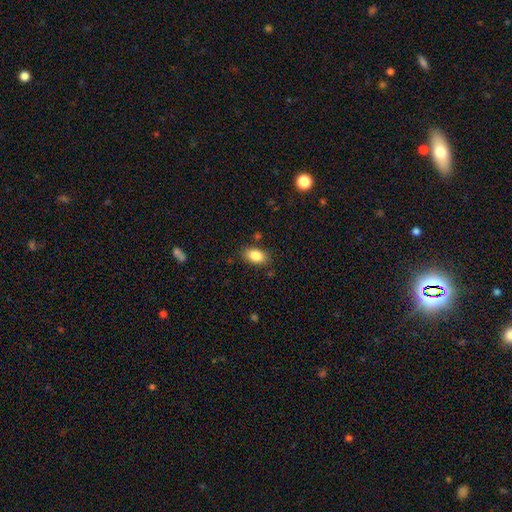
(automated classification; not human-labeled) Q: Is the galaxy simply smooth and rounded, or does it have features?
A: smooth — 85%.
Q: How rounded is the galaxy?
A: in between — 90%.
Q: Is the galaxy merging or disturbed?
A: none — 84%.